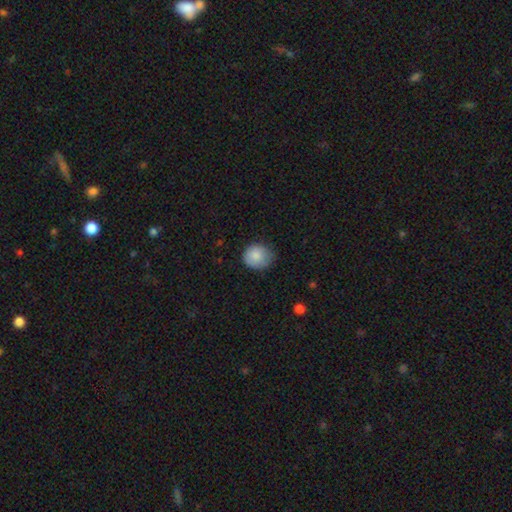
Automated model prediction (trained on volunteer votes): Smooth or featured?
  - smooth: 85% *
  - featured or disk: 8%
  - star or artifact: 8%
How rounded?
  - round: 77% *
  - in between: 22%
  - cigar-shaped: 1%
Merging?
  - none: 63% *
  - minor disturbance: 30%
  - major disturbance: 6%
  - merger: 1%